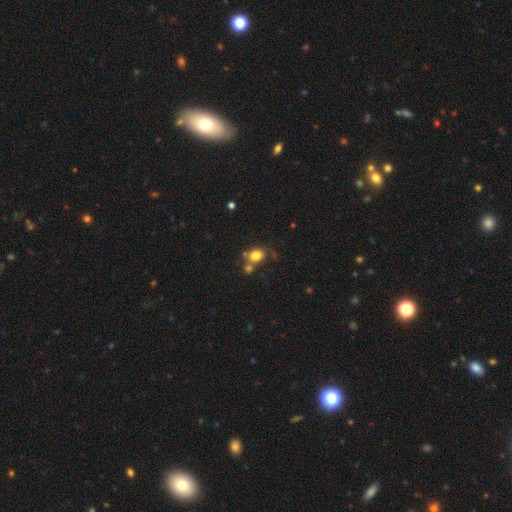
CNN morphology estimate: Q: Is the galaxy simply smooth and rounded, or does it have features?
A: smooth — 80%.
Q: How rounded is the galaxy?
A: in between — 56%.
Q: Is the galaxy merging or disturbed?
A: none — 57%.